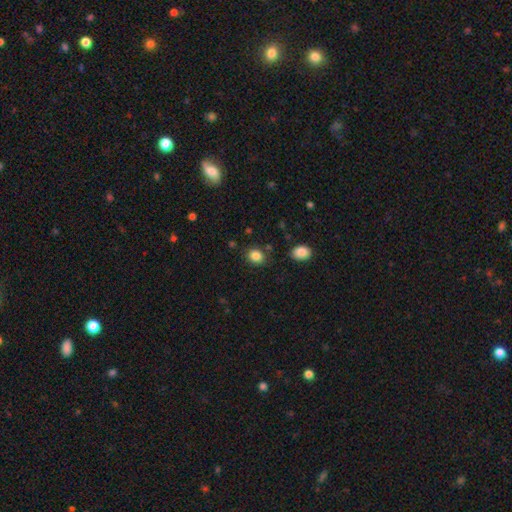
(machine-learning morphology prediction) Overall: smooth (85%). How rounded: round (61%; in between 39%). Merging: none (82%).